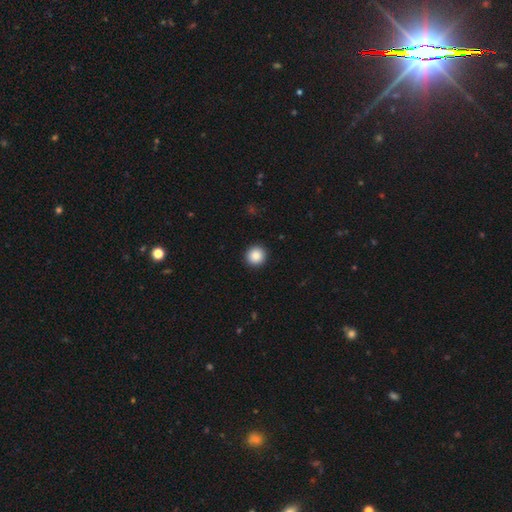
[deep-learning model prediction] Morphology: type=smooth (88%); roundness=round (95%); merging=none (93%).